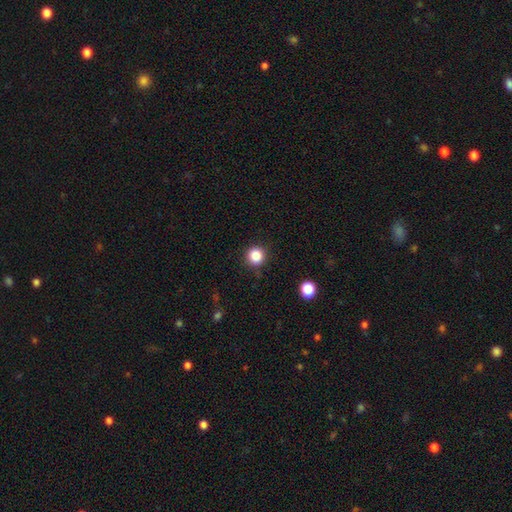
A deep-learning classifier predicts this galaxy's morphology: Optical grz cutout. It shows a smooth galaxy with no disk features (85%) that is round (94%). Merging: none (89%).